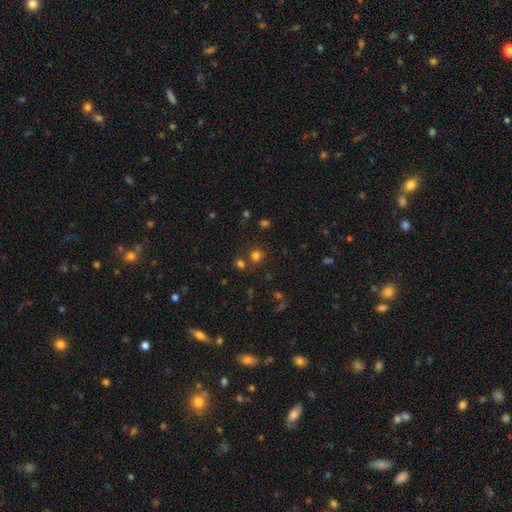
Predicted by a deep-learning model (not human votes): A smooth galaxy with no disk features (73%) that is round (86%).

Vote fractions:
- Smooth or featured? smooth: 73% / star or artifact: 21% / featured or disk: 6%
- How rounded? round: 86% / in between: 13% / cigar-shaped: 1%
- Merging? none: 73% / merger: 15% / minor disturbance: 8% / major disturbance: 4%